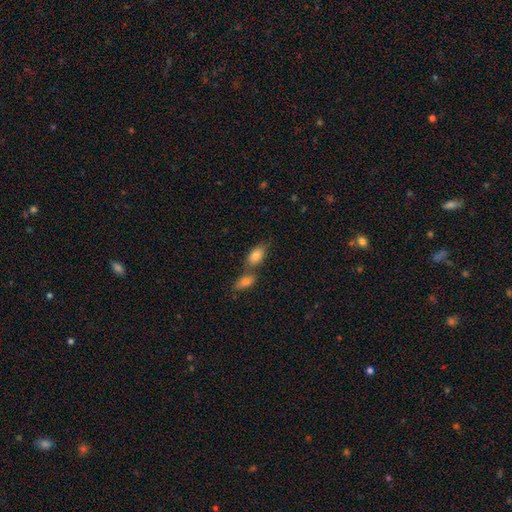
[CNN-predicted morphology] Smooth or featured?
  - smooth: 83% *
  - featured or disk: 10%
  - star or artifact: 7%
How rounded?
  - in between: 90% *
  - round: 6%
  - cigar-shaped: 4%
Merging?
  - none: 46% *
  - merger: 39%
  - minor disturbance: 11%
  - major disturbance: 4%